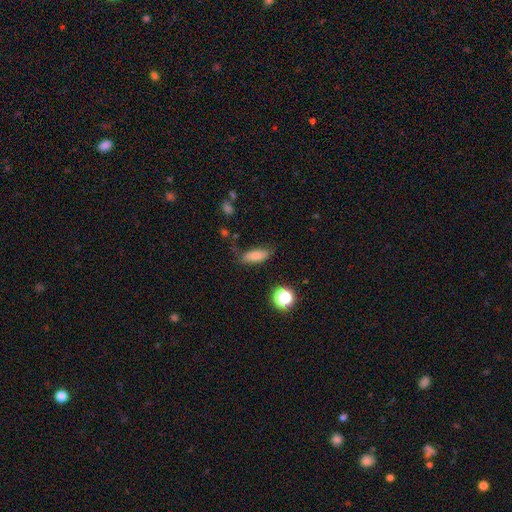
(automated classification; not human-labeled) The model was most divided on "how rounded": in between: 69%, cigar-shaped: 26%, round: 5%. More confident: smooth or featured — smooth (76%); merging — none (68%).